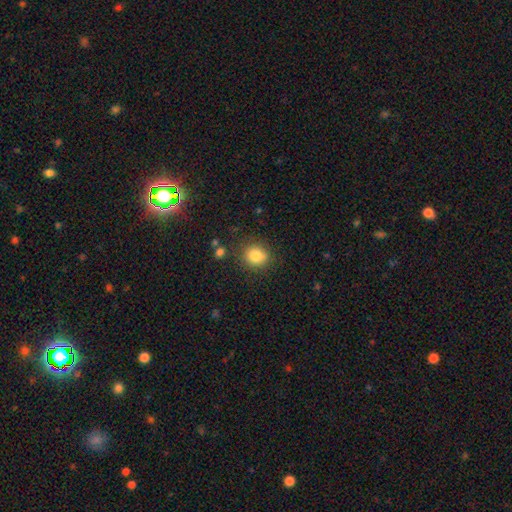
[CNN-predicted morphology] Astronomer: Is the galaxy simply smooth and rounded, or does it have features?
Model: smooth — 83%.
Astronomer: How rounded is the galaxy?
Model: round — 77%.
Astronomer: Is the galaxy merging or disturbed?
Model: none — 83%.